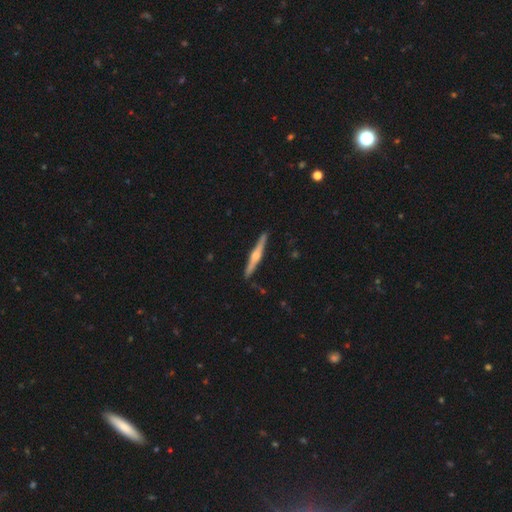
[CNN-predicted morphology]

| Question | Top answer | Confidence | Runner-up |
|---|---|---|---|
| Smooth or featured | featured or disk | 69% | smooth (25%) |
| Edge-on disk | yes | 98% | no (2%) |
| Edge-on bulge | rounded | 86% | boxy (8%) |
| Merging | none | 91% | minor disturbance (7%) |